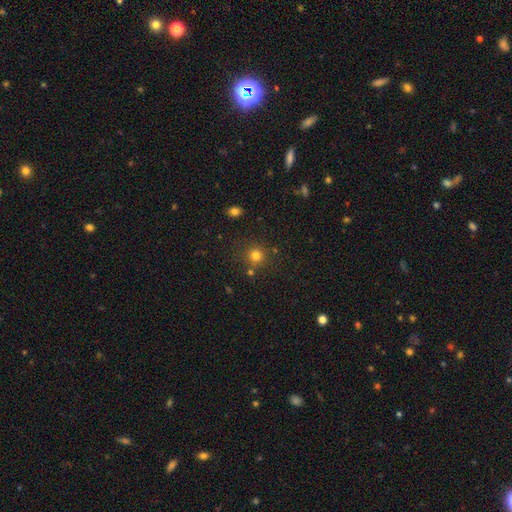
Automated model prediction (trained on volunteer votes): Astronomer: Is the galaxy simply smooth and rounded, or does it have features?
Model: smooth — 78%.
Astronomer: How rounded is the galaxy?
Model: round — 92%.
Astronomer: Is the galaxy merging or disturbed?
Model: none — 80%.